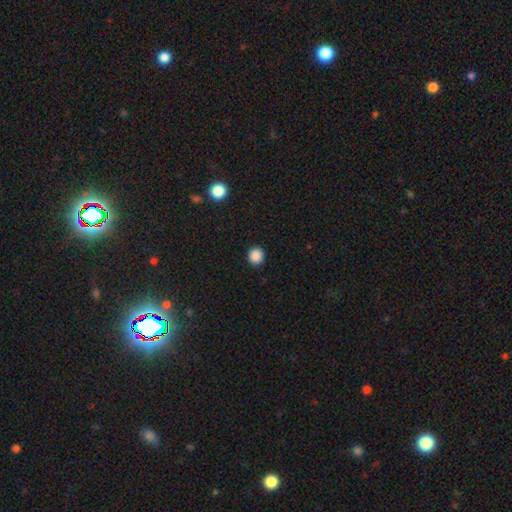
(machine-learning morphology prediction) This appears to be a smooth galaxy with no disk features (88%) that is round (87%). Merging: none (92%).